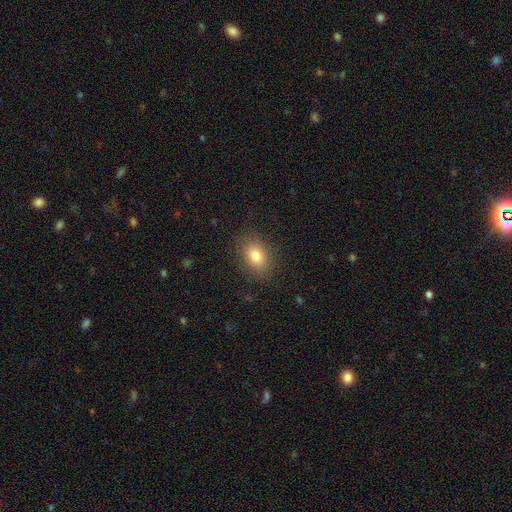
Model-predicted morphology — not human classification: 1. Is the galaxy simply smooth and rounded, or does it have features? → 81% smooth, 10% star or artifact, 9% featured or disk.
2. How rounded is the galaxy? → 77% in between, 21% round, 1% cigar-shaped.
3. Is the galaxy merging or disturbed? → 85% none, 10% minor disturbance, 3% major disturbance, 1% merger.